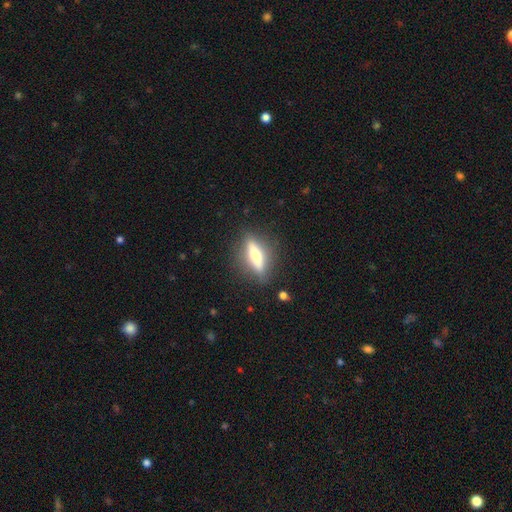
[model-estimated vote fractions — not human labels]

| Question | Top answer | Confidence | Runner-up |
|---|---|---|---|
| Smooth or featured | featured or disk | 53% | smooth (40%) |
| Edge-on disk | yes | 86% | no (14%) |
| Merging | none | 86% | minor disturbance (10%) |